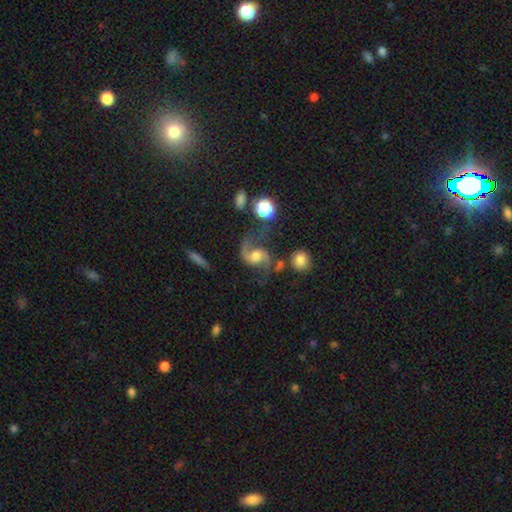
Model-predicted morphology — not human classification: A featured or disk galaxy (85%) with no bar (57%), 2 (92%) loose (56%) spiral arms (96%) and a moderate central bulge (67%). Merging: none (62%).